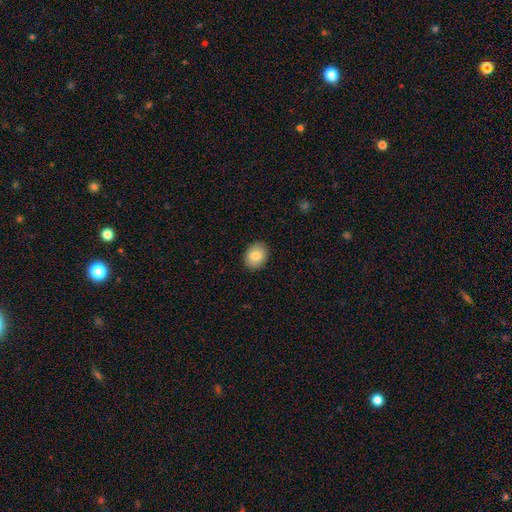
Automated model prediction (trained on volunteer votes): Overall: smooth (83%). How rounded: round (52%; in between 47%). Merging: none (90%).